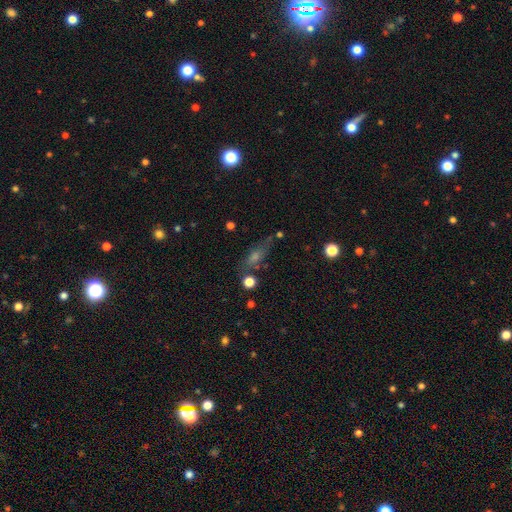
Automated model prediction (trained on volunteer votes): smooth-or-featured: smooth: 47% | featured or disk: 32% | star or artifact: 22%
  merging: none: 65% | minor disturbance: 19% | major disturbance: 9% | merger: 7%